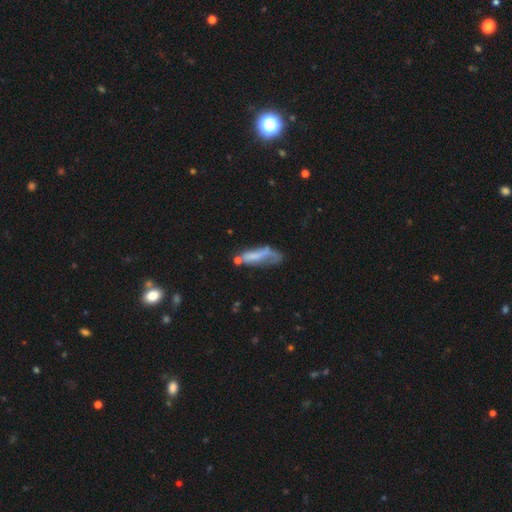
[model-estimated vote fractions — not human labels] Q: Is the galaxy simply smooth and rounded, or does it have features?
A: smooth — 54%.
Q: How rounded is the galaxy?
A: cigar-shaped — 53%.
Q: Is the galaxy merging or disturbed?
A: major disturbance — 30%.